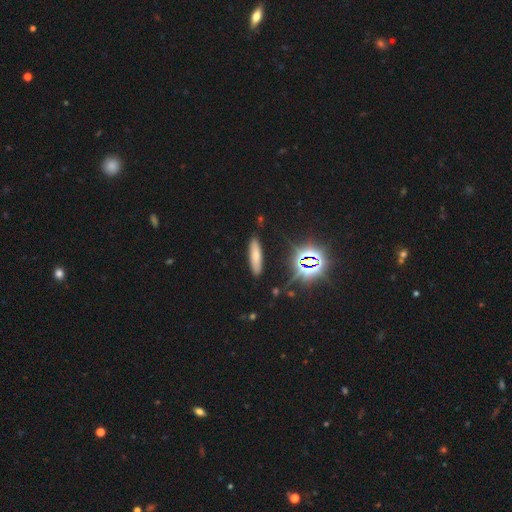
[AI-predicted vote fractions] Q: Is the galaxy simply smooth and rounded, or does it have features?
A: smooth — 61%.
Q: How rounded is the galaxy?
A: cigar-shaped — 73%.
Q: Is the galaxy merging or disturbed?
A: none — 87%.